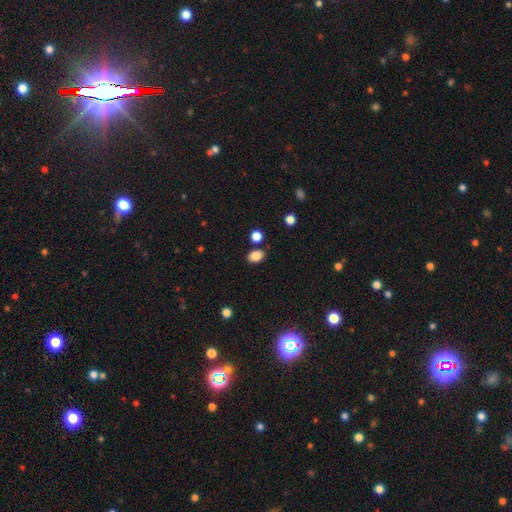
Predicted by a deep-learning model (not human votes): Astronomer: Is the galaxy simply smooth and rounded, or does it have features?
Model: smooth — 84%.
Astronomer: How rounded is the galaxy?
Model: in between — 69%.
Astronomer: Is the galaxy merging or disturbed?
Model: none — 79%.